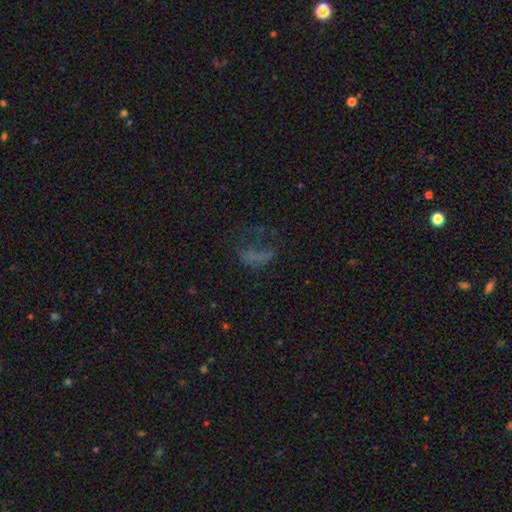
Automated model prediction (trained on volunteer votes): This is marginally a smooth galaxy (35%). Merging: possibly major disturbance (46%).